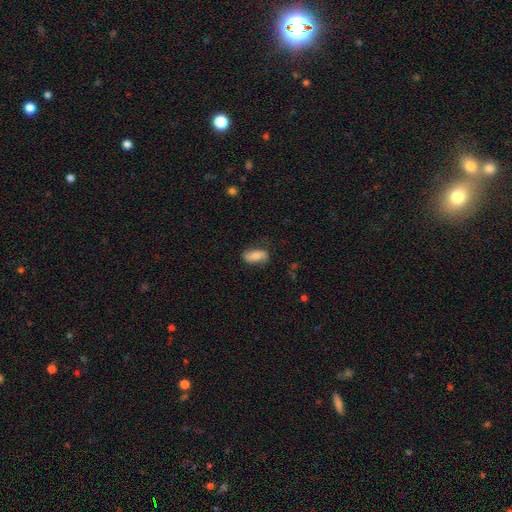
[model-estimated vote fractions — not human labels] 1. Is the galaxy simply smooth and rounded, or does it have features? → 68% smooth, 25% featured or disk, 7% star or artifact.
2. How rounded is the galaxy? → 88% in between, 8% cigar-shaped, 4% round.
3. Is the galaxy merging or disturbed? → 70% none, 22% minor disturbance, 7% major disturbance, 2% merger.